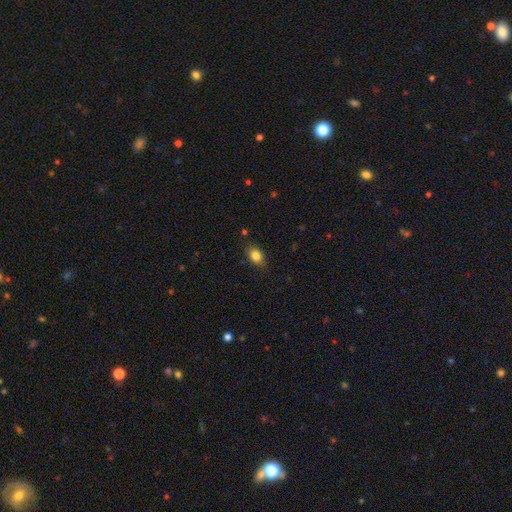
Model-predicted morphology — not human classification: Q: Smooth or featured?
A: smooth (83%); runner-up: star or artifact (9%)
Q: How rounded?
A: in between (79%); runner-up: round (19%)
Q: Merging?
A: none (81%); runner-up: minor disturbance (15%)